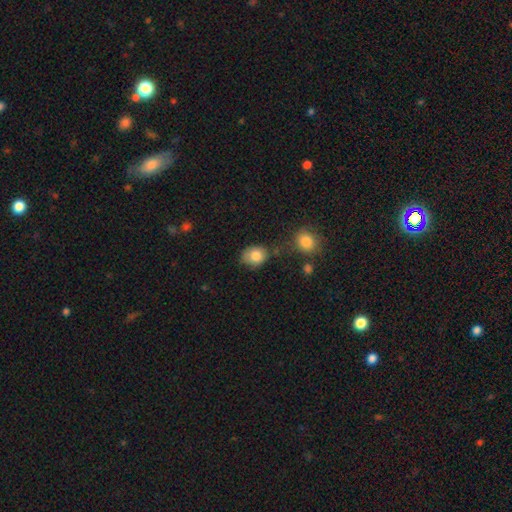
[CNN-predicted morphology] type=smooth (82%); roundness=round (52%); merging=none (60%).